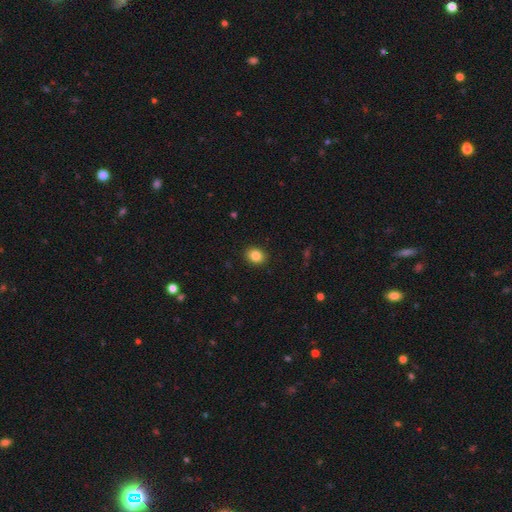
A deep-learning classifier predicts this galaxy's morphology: Smooth or featured: smooth — 86% (star or artifact — 10%)
How rounded: round — 55% (in between — 44%)
Merging: none — 90% (minor disturbance — 7%)